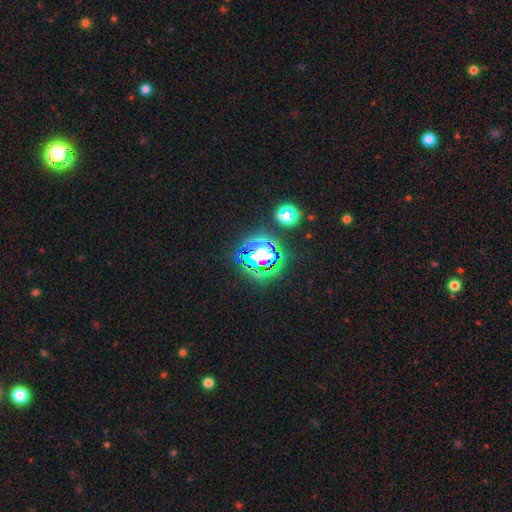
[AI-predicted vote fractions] smooth-or-featured: star or artifact: 70% | smooth: 19% | featured or disk: 11%